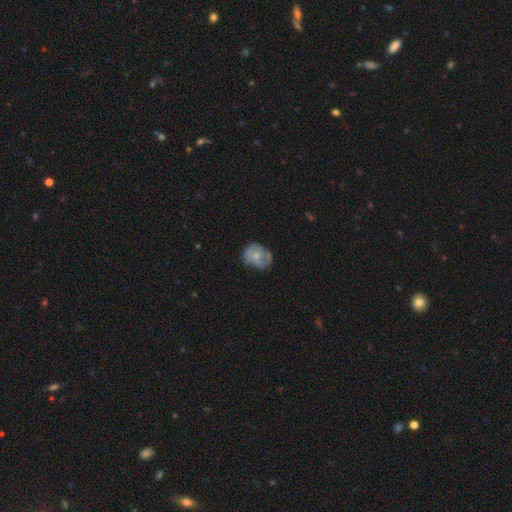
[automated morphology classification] Smooth or featured? Predicted: smooth (p=0.50). How rounded? Predicted: round (p=0.51). Merging? Predicted: none (p=0.52).